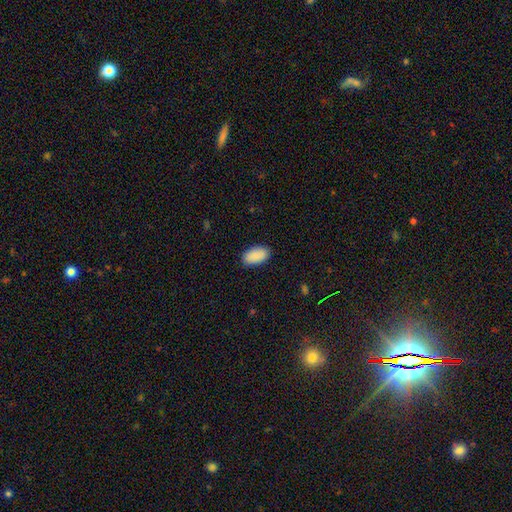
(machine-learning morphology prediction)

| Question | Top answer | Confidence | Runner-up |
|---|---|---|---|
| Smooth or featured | smooth | 91% | star or artifact (6%) |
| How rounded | in between | 95% | round (3%) |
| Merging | none | 88% | minor disturbance (9%) |